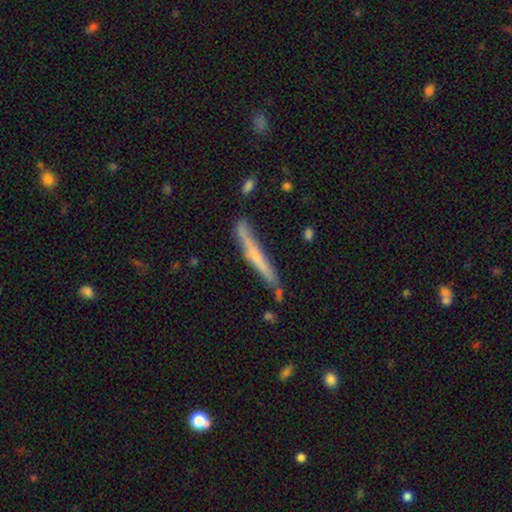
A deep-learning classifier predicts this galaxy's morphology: Q: Smooth or featured?
A: featured or disk (52%); runner-up: smooth (42%)
Q: Edge-on disk?
A: yes (92%); runner-up: no (8%)
Q: Merging?
A: none (71%); runner-up: minor disturbance (19%)